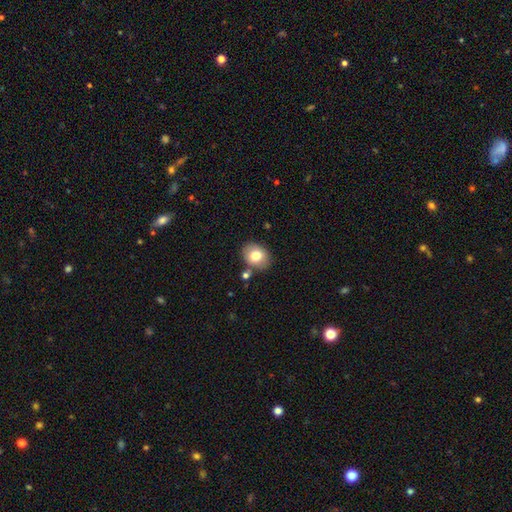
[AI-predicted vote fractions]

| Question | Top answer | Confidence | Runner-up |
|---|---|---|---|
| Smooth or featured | smooth | 77% | featured or disk (14%) |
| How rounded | in between | 57% | round (42%) |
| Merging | none | 78% | minor disturbance (12%) |